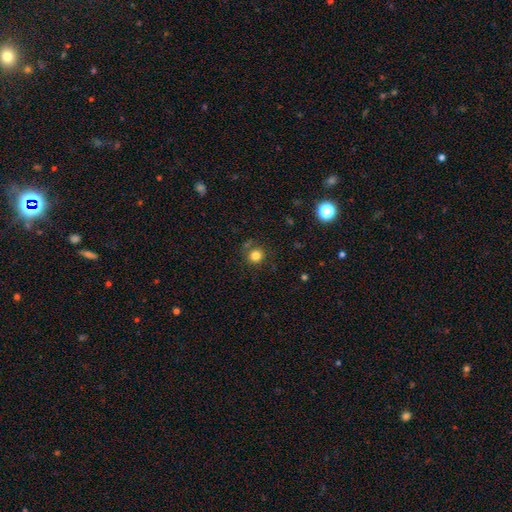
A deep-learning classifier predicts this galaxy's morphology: Smooth or featured: smooth — 81% (star or artifact — 13%)
How rounded: round — 91% (in between — 8%)
Merging: none — 79% (minor disturbance — 11%)